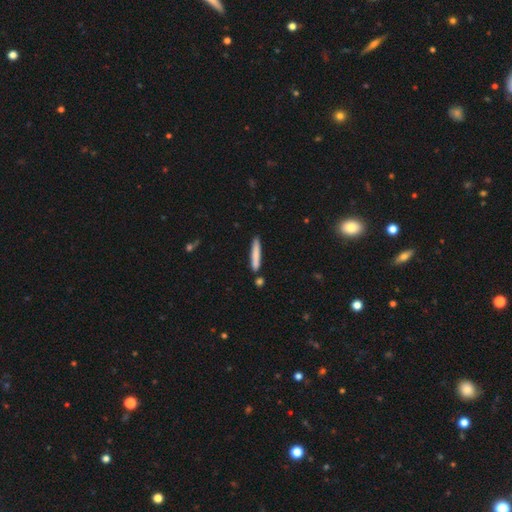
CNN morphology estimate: type=smooth (79%); roundness=cigar-shaped (94%); merging=none (82%).